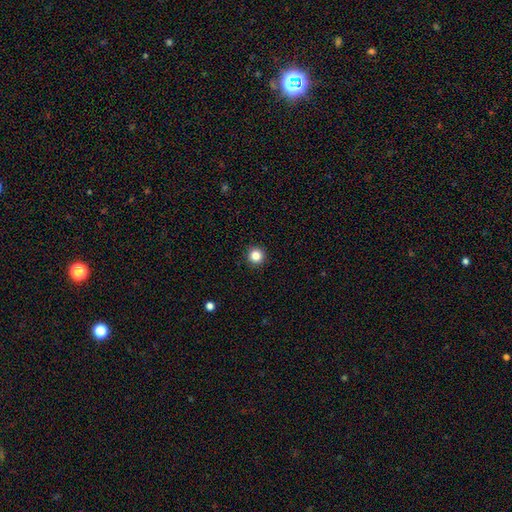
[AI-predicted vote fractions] smooth-or-featured: smooth: 84% | star or artifact: 11% | featured or disk: 5%
  how-rounded: round: 96% | in between: 3% | cigar-shaped: 1%
  merging: none: 93% | minor disturbance: 4% | major disturbance: 1% | merger: 1%